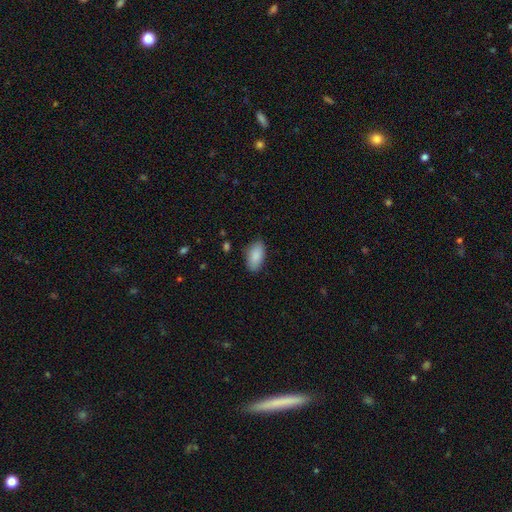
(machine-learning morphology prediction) Smooth or featured?
  - smooth: 88% *
  - star or artifact: 6%
  - featured or disk: 6%
How rounded?
  - in between: 94% *
  - cigar-shaped: 3%
  - round: 3%
Merging?
  - none: 84% *
  - minor disturbance: 12%
  - major disturbance: 3%
  - merger: 1%